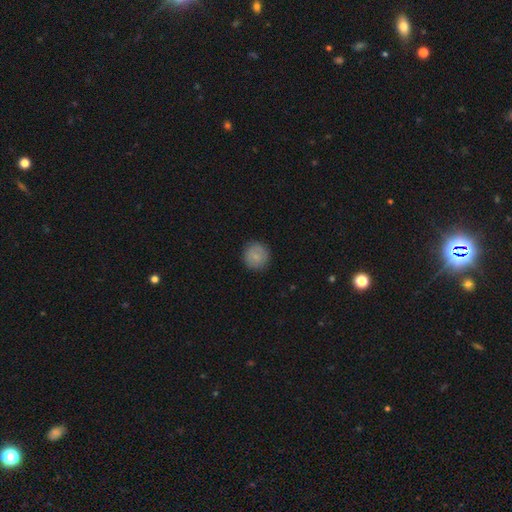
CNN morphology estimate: smooth 77%, featured or disk 15%, star or artifact 7%. Down the decision tree: how rounded — round (93%); merging — none (88%).